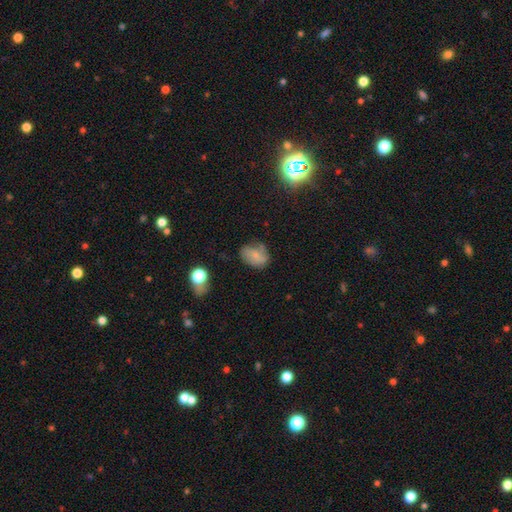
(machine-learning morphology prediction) The model was most divided on "merging": none: 54%, minor disturbance: 30%, major disturbance: 13%, merger: 4%. More confident: how rounded — in between (67%); smooth or featured — smooth (58%).